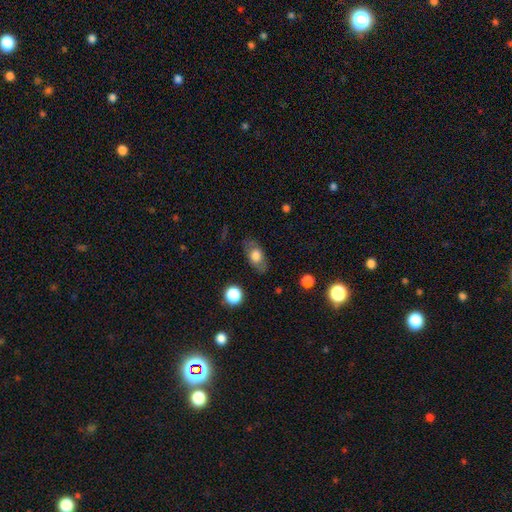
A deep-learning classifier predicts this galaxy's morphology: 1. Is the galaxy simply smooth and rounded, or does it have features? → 66% smooth, 26% featured or disk, 8% star or artifact.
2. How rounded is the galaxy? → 83% in between, 12% round, 5% cigar-shaped.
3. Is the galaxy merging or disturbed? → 78% none, 15% minor disturbance, 5% major disturbance, 1% merger.